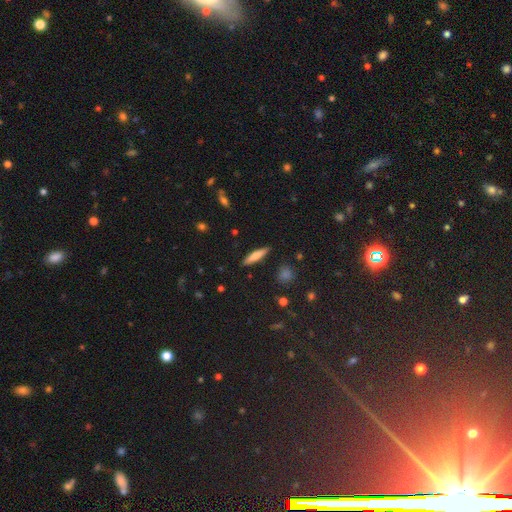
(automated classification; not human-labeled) Smooth or featured?
  - smooth: 66% *
  - featured or disk: 27%
  - star or artifact: 7%
How rounded?
  - cigar-shaped: 83% *
  - in between: 16%
  - round: 2%
Merging?
  - none: 89% *
  - minor disturbance: 8%
  - major disturbance: 2%
  - merger: 2%